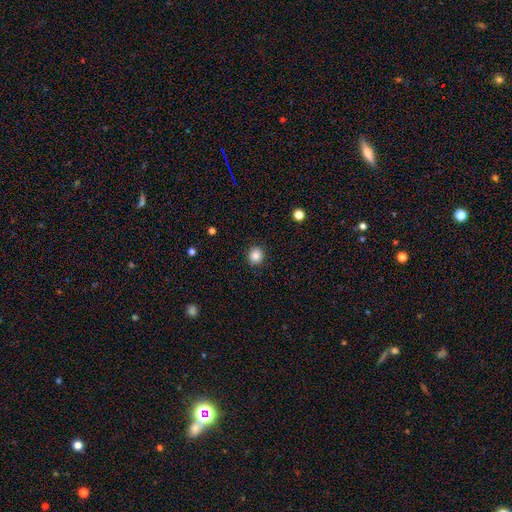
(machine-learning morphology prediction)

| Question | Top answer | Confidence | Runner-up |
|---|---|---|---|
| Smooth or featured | smooth | 86% | star or artifact (10%) |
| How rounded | round | 85% | in between (14%) |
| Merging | none | 91% | minor disturbance (6%) |